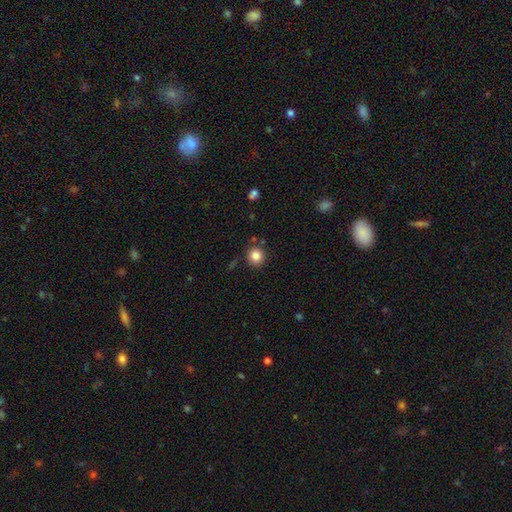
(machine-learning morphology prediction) smooth-or-featured: smooth: 84% | star or artifact: 11% | featured or disk: 5%
  how-rounded: round: 91% | in between: 8% | cigar-shaped: 1%
  merging: none: 86% | minor disturbance: 8% | merger: 4% | major disturbance: 2%